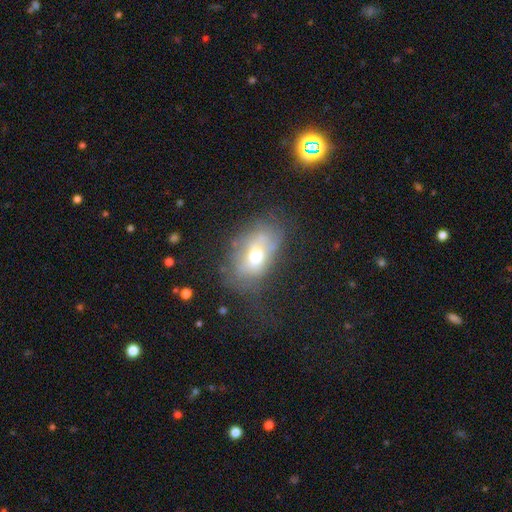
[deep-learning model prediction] A smooth galaxy with no disk features (51%) that is in between round and cigar-shaped (83%).

Vote fractions:
- Smooth or featured? smooth: 51% / featured or disk: 38% / star or artifact: 11%
- How rounded? in between: 83% / round: 15% / cigar-shaped: 2%
- Merging? none: 45% / minor disturbance: 28% / major disturbance: 23% / merger: 4%